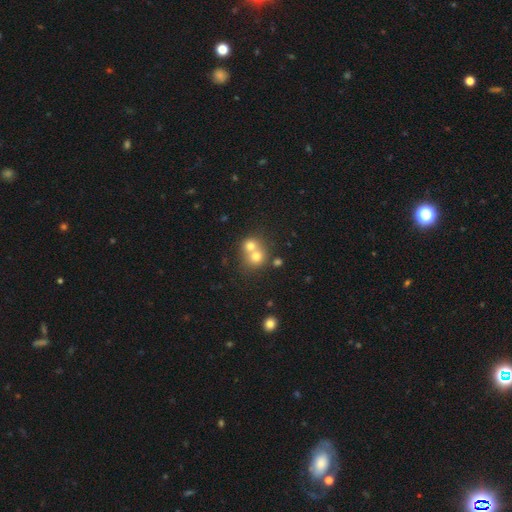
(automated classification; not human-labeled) smooth 70%, featured or disk 19%, star or artifact 12%. Down the decision tree: how rounded — round (81%); merging — merger (64%).